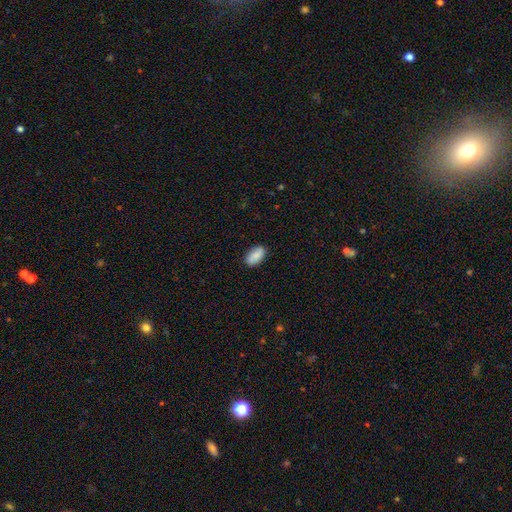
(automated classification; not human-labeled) smooth_or_featured: smooth (p=0.89) [alt: star or artifact p=0.06]
how_rounded: in between (p=0.94) [alt: round p=0.03]
merging: none (p=0.88) [alt: minor disturbance p=0.09]